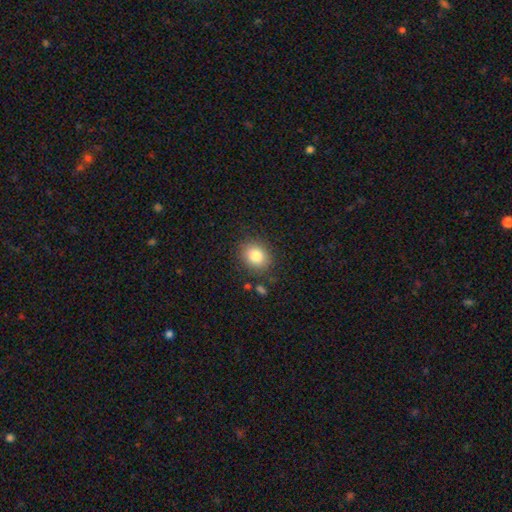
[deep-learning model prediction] This appears to be a smooth galaxy with no disk features (83%) that is round (62%). Merging: none (84%).